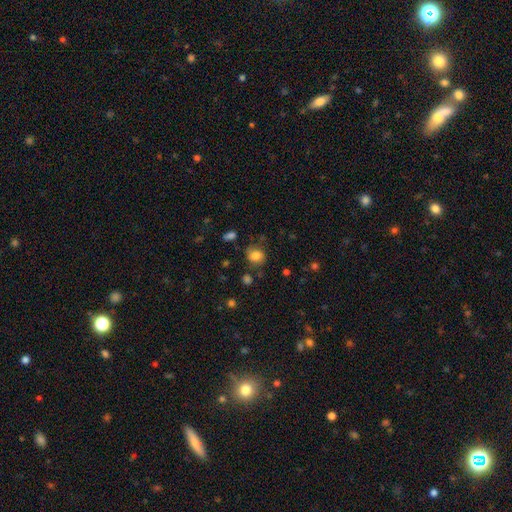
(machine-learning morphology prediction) A smooth galaxy with no disk features (78%) that is round (70%).

Vote fractions:
- Smooth or featured? smooth: 78% / featured or disk: 11% / star or artifact: 11%
- How rounded? round: 70% / in between: 29% / cigar-shaped: 1%
- Merging? none: 74% / minor disturbance: 17% / major disturbance: 5% / merger: 4%